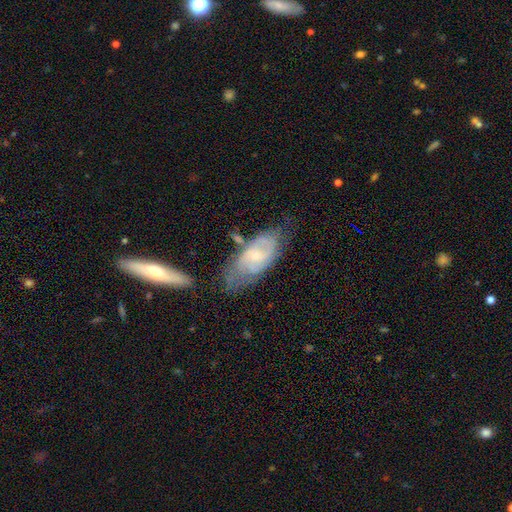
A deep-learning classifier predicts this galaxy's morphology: Smooth or featured: featured or disk — 72% (smooth — 21%)
Edge-on disk: no — 93% (yes — 7%)
Bar: no — 62% (weak — 32%)
Spiral arms: yes — 86% (no — 14%)
Spiral winding: tight — 45% (medium — 40%)
Spiral arm count: 2 — 55% (can't tell — 30%)
Bulge size: small — 71% (moderate — 25%)
Merging: none — 53% (minor disturbance — 27%)